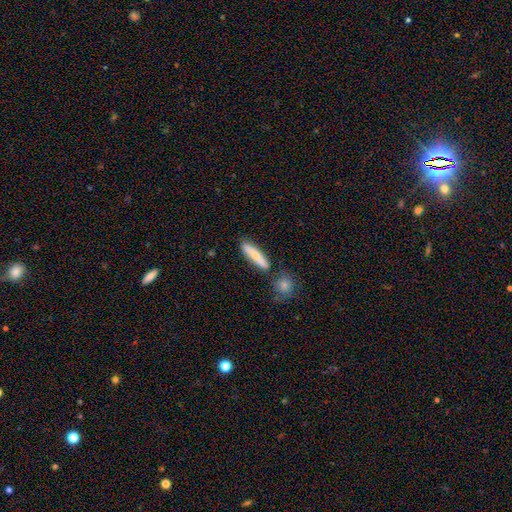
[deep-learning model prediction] smooth 66%, featured or disk 28%, star or artifact 6%. Down the decision tree: how rounded — cigar-shaped (73%); merging — none (73%).